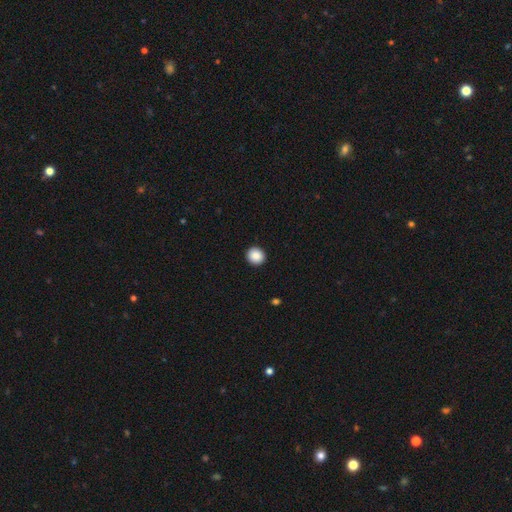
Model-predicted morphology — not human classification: A smooth galaxy with no disk features (89%) that is round (90%). Merging: none (93%).